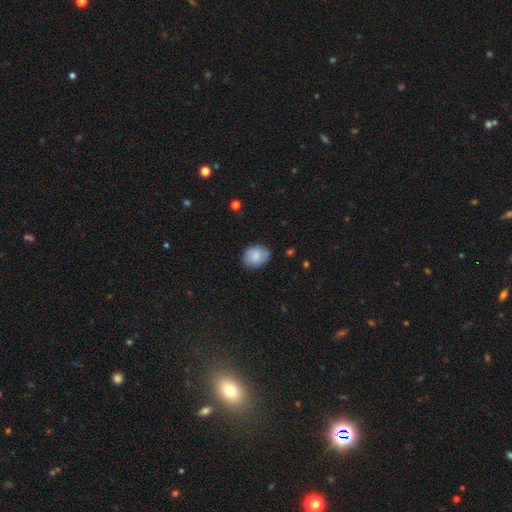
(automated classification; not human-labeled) A smooth galaxy with no disk features (84%) that is in between round and cigar-shaped (55%). Merging: none (75%).